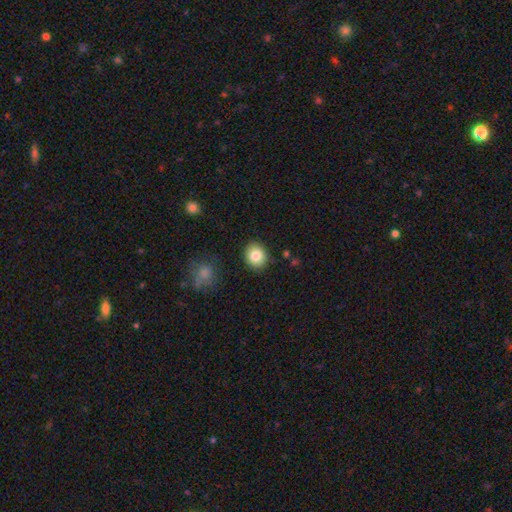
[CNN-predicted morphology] type=smooth (84%); roundness=round (73%); merging=none (88%).